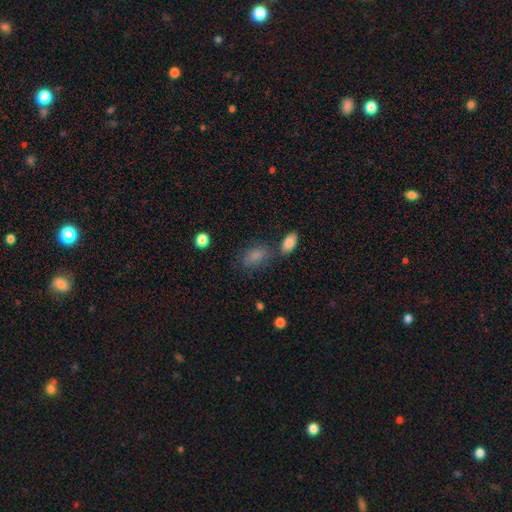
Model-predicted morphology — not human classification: Smooth or featured: smooth — 81% (star or artifact — 11%)
How rounded: in between — 85% (round — 12%)
Merging: none — 59% (minor disturbance — 19%)